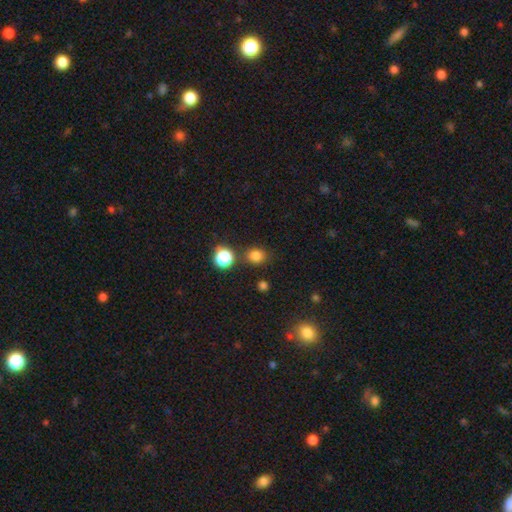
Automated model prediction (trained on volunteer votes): Smooth or featured: smooth — 78% (star or artifact — 17%)
How rounded: round — 73% (in between — 26%)
Merging: none — 80% (minor disturbance — 10%)